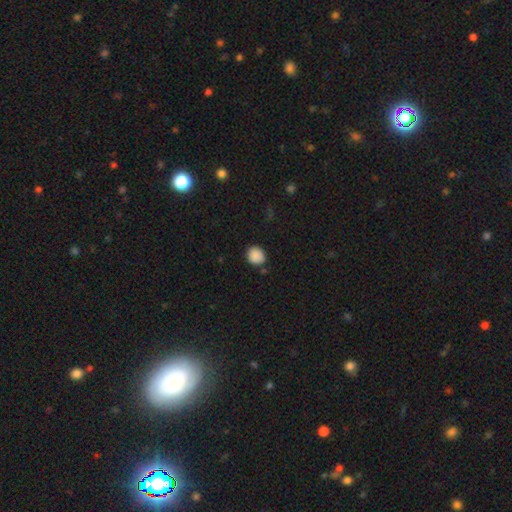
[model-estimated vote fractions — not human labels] Overall: smooth (88%). How rounded: round (76%). Merging: none (84%).